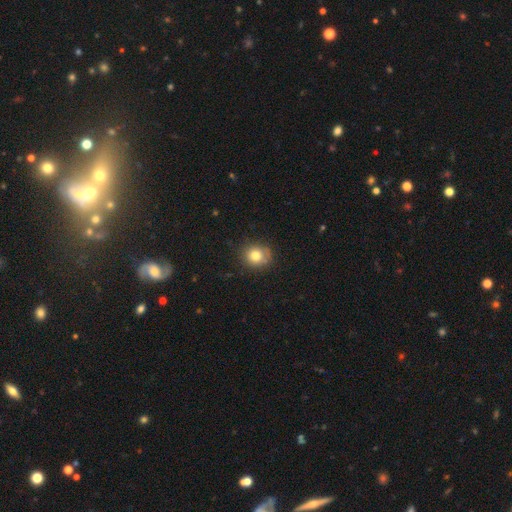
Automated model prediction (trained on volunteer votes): Smooth or featured? smooth (79%)
How rounded? round (83%)
Merging? none (79%)